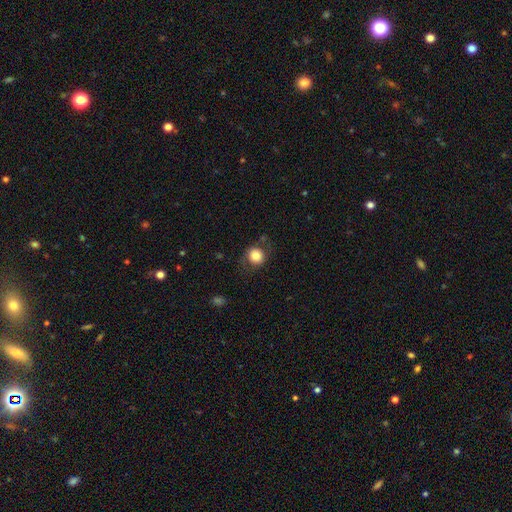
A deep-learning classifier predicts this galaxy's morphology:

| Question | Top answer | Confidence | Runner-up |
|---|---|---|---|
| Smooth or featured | smooth | 78% | featured or disk (13%) |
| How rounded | round | 82% | in between (17%) |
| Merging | none | 72% | minor disturbance (17%) |